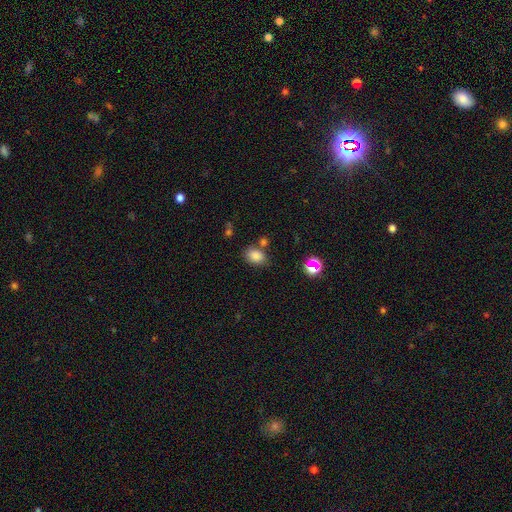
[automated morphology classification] This appears to be a smooth galaxy with no disk features (82%) that is in between round and cigar-shaped (76%). Merging: none (70%).